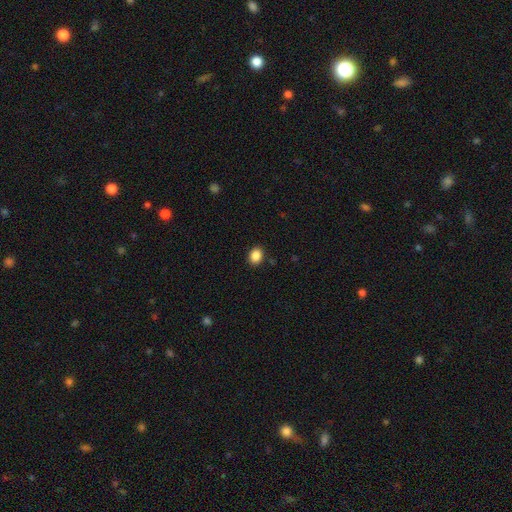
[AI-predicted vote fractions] This is clearly a smooth galaxy (88%). How rounded: possibly in between (55%). Merging: clearly none (90%).